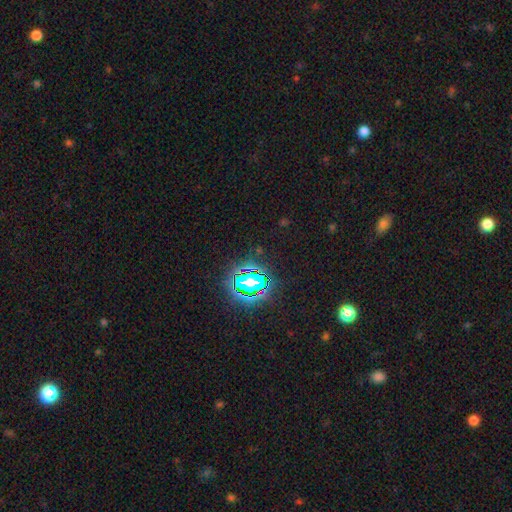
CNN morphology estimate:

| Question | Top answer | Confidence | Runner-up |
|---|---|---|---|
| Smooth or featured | star or artifact | 77% | smooth (15%) |